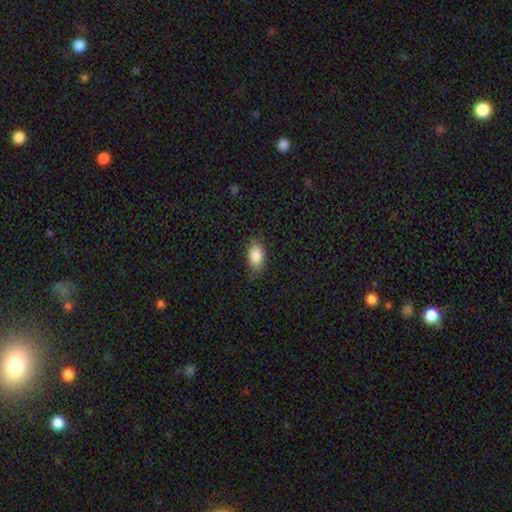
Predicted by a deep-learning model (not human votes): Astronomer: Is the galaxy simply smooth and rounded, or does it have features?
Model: smooth — 86%.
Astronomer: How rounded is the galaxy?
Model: in between — 90%.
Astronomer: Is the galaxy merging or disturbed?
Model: none — 76%.